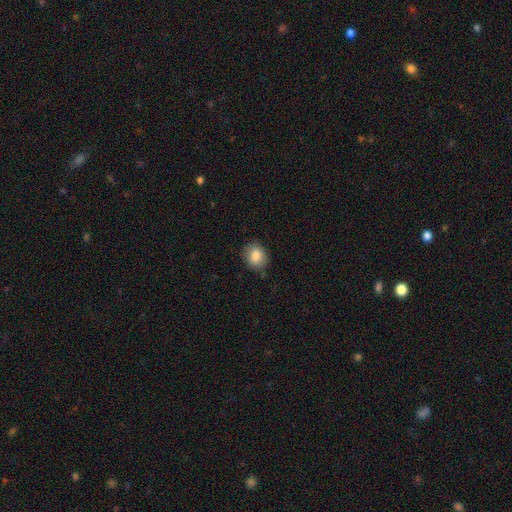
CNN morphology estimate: Smooth or featured? smooth (84%)
How rounded? round (59%)
Merging? none (81%)